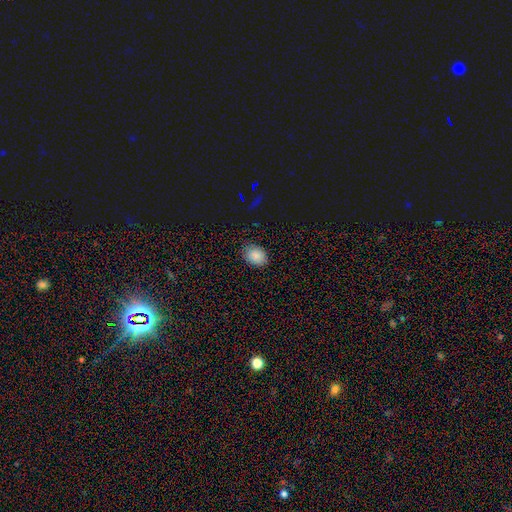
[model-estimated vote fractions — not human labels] Smooth or featured?
  - smooth: 87% *
  - star or artifact: 9%
  - featured or disk: 4%
How rounded?
  - in between: 63% *
  - round: 36%
  - cigar-shaped: 1%
Merging?
  - none: 83% *
  - minor disturbance: 14%
  - major disturbance: 3%
  - merger: 1%